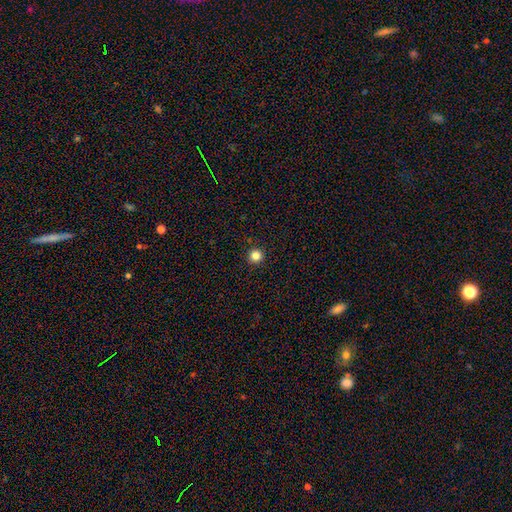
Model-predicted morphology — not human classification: Smooth or featured? smooth (83%)
How rounded? round (96%)
Merging? none (94%)